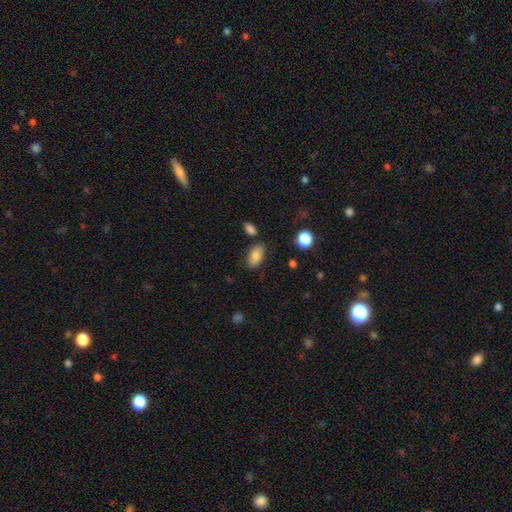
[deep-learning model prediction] Smooth or featured? Predicted: smooth (p=0.82). How rounded? Predicted: in between (p=0.92). Merging? Predicted: none (p=0.81).